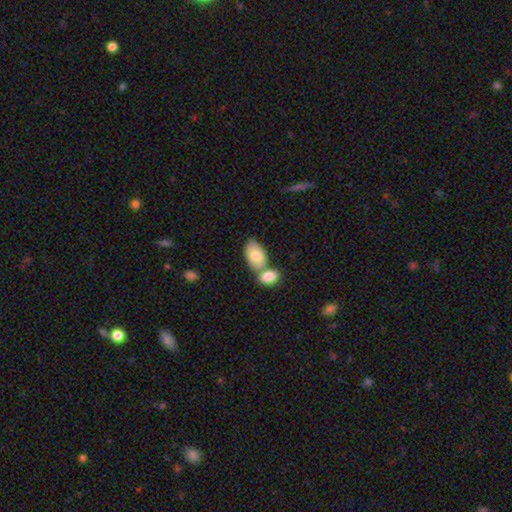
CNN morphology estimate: Smooth or featured? Predicted: smooth (p=0.78). How rounded? Predicted: in between (p=0.92). Merging? Predicted: merger (p=0.48).